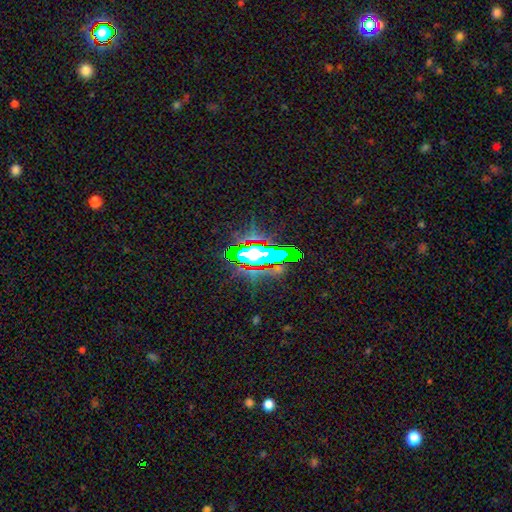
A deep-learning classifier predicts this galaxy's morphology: Overall: star or artifact (55%; smooth 24%).